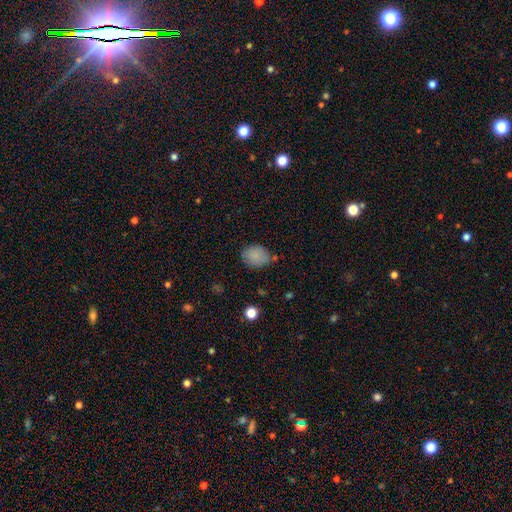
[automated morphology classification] A smooth galaxy with no disk features (84%) that is in between round and cigar-shaped (56%). Merging: none (69%).